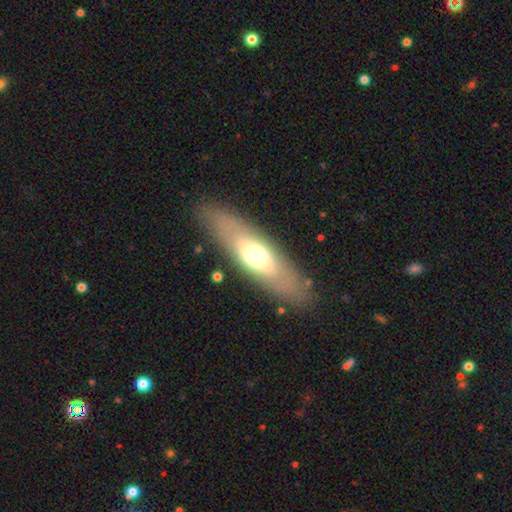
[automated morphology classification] smooth_or_featured: smooth (p=0.53) [alt: featured or disk p=0.40]
how_rounded: in between (p=0.51) [alt: cigar-shaped p=0.46]
merging: none (p=0.84) [alt: minor disturbance p=0.10]